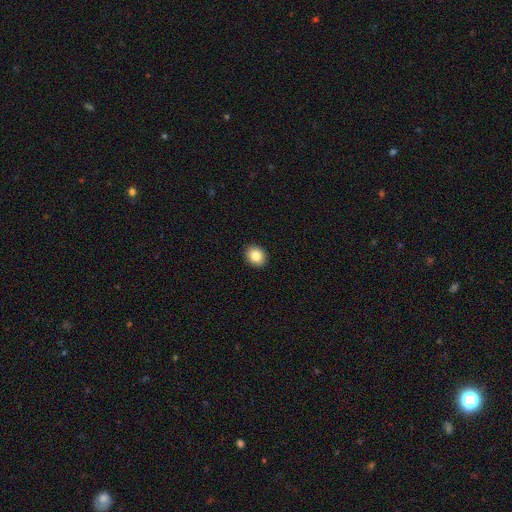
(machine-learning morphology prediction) Smooth or featured? smooth (84%)
How rounded? round (53%)
Merging? none (92%)